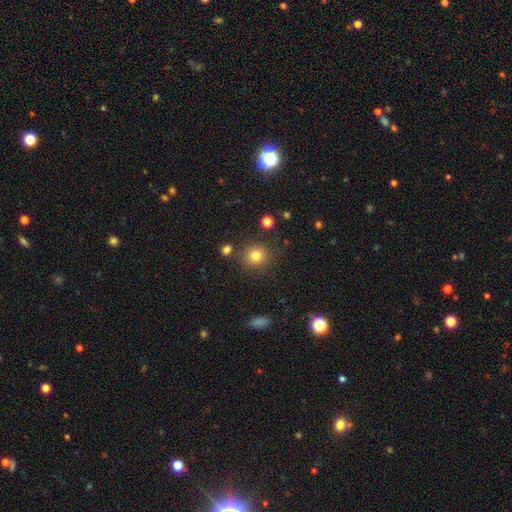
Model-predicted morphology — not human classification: A smooth galaxy with no disk features (81%) that is round (89%).

Vote fractions:
- Smooth or featured? smooth: 81% / star or artifact: 13% / featured or disk: 6%
- How rounded? round: 89% / in between: 10% / cigar-shaped: 1%
- Merging? none: 84% / minor disturbance: 8% / merger: 4% / major disturbance: 3%